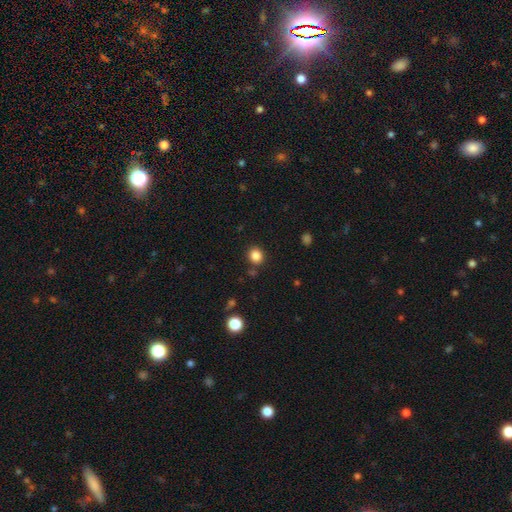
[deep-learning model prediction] A smooth galaxy with no disk features (85%) that is round (76%). Merging: none (85%).